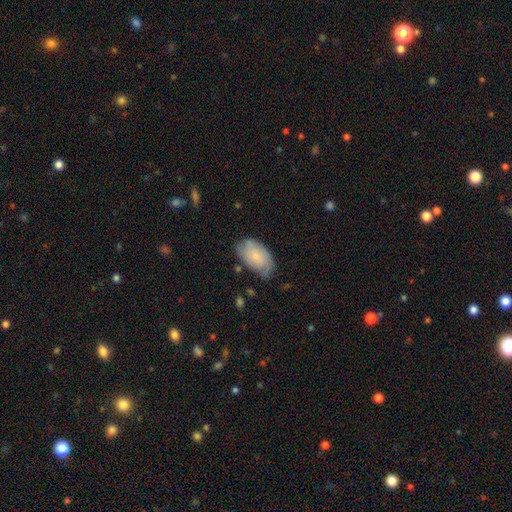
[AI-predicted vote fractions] The model was most divided on "merging": none: 64%, minor disturbance: 28%, major disturbance: 7%, merger: 2%. More confident: how rounded — in between (94%); smooth or featured — smooth (65%).